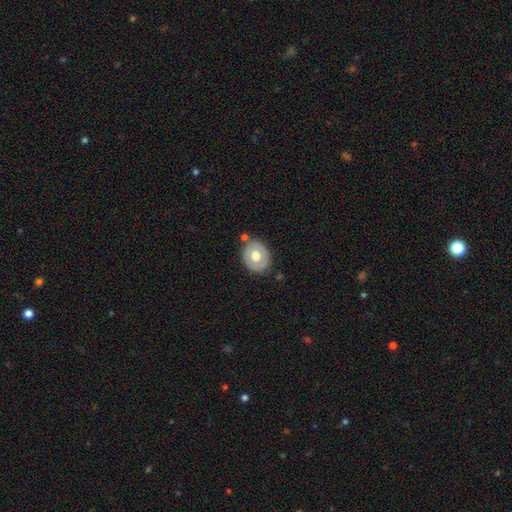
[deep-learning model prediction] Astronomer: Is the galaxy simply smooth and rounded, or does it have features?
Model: smooth — 59%.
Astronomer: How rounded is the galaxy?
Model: round — 54% (runner-up: in between, 45%).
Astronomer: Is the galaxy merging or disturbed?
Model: none — 75%.